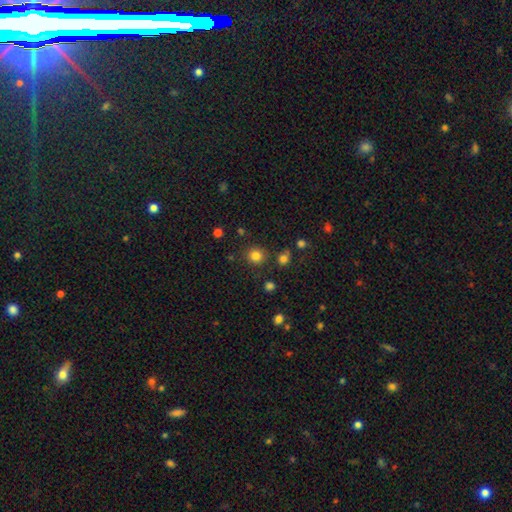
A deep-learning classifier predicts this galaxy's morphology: Smooth or featured: smooth — 82% (star or artifact — 13%)
How rounded: round — 90% (in between — 9%)
Merging: none — 85% (minor disturbance — 8%)